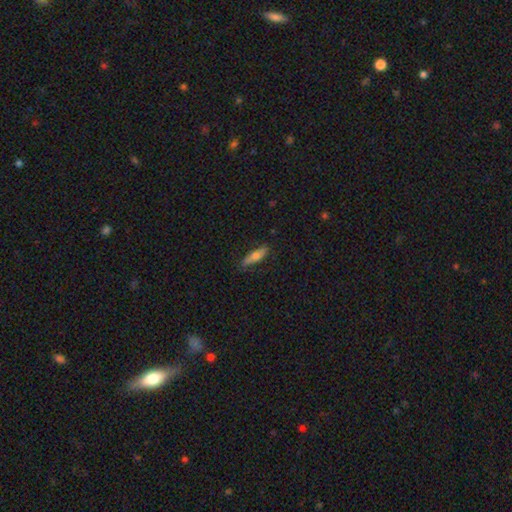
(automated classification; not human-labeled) A smooth galaxy with no disk features (59%) that is cigar-shaped (62%). Merging: none (79%).